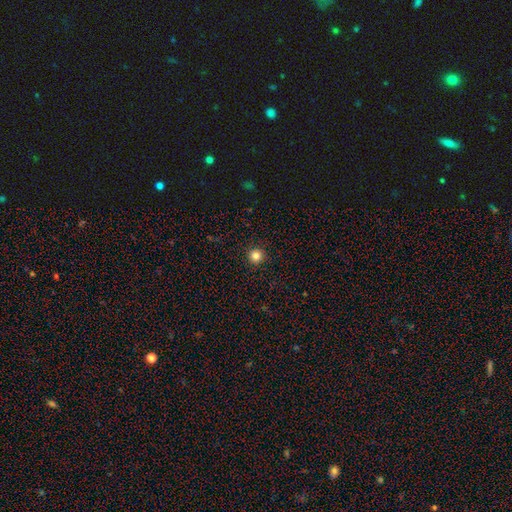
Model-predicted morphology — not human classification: Smooth or featured? Predicted: smooth (p=0.83). How rounded? Predicted: round (p=0.96). Merging? Predicted: none (p=0.93).